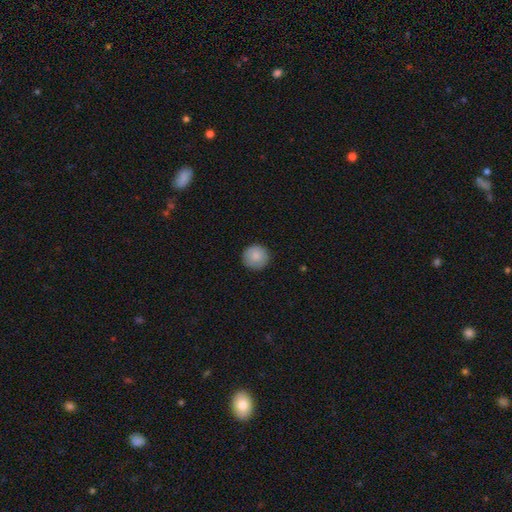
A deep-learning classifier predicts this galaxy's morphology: A smooth galaxy with no disk features (86%) that is round (95%). Merging: none (90%).